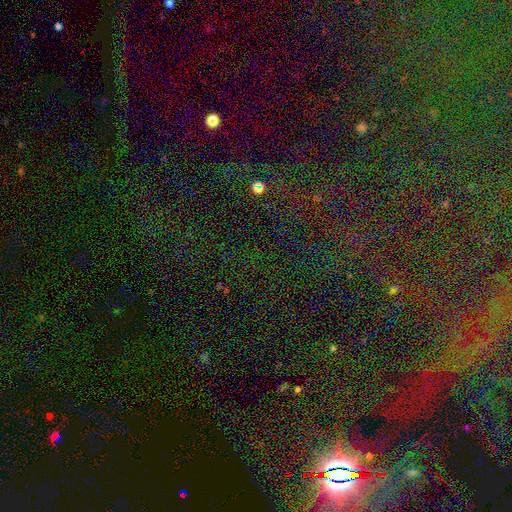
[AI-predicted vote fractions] Smooth or featured? Predicted: star or artifact (p=0.78).